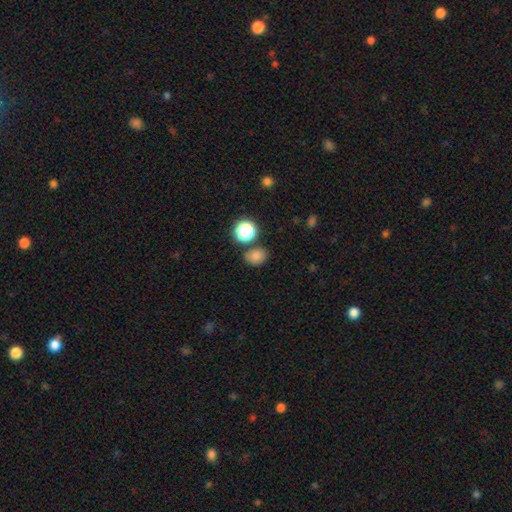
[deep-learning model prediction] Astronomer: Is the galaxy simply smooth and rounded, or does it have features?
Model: smooth — 78%.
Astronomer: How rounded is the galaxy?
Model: round — 52% (runner-up: in between, 47%).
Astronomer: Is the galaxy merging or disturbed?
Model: none — 74%.